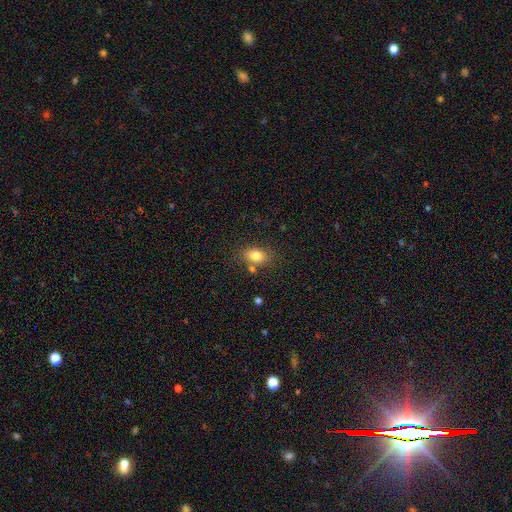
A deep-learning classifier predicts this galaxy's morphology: Smooth or featured? Predicted: smooth (p=0.80). How rounded? Predicted: in between (p=0.73). Merging? Predicted: none (p=0.71).